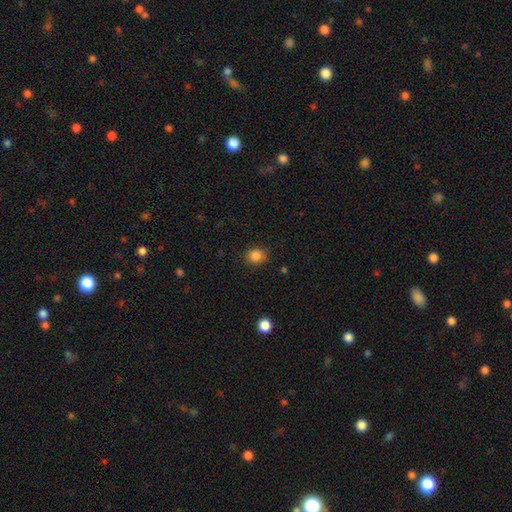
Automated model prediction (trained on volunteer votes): This is clearly a smooth galaxy (85%). How rounded: likely round (66%). Merging: clearly none (83%).